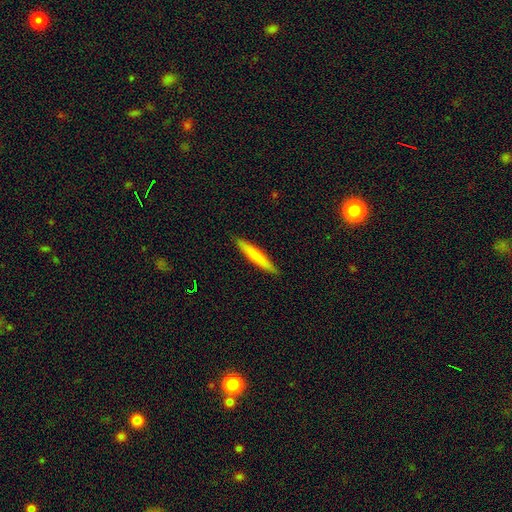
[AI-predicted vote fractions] A smooth galaxy with no disk features (71%) that is cigar-shaped (94%).

Vote fractions:
- Smooth or featured? smooth: 71% / featured or disk: 24% / star or artifact: 5%
- How rounded? cigar-shaped: 94% / in between: 5% / round: 1%
- Merging? none: 91% / minor disturbance: 7% / major disturbance: 1% / merger: 1%